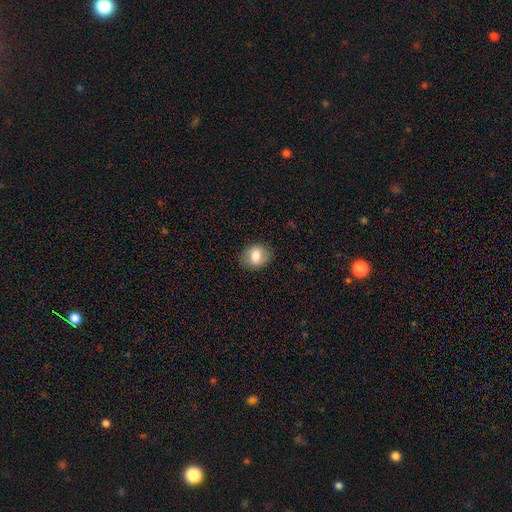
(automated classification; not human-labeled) Smooth or featured: smooth — 76% (featured or disk — 16%)
How rounded: in between — 53% (round — 46%)
Merging: none — 83% (minor disturbance — 13%)